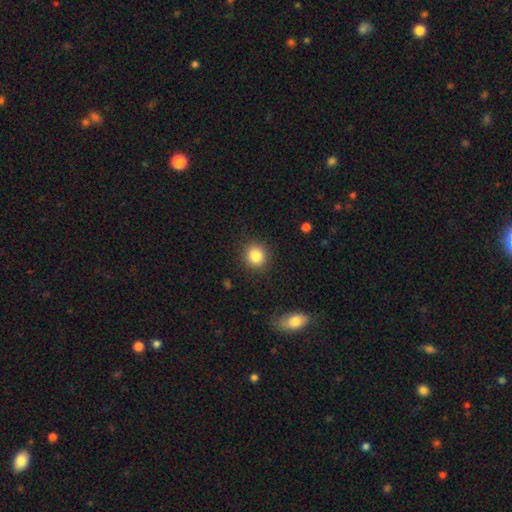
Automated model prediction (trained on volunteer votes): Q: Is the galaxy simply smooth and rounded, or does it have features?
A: smooth — 85%.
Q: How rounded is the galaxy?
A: round — 90%.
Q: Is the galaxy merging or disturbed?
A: none — 90%.